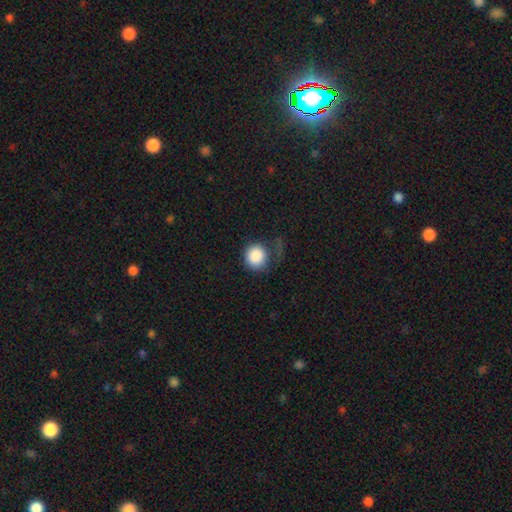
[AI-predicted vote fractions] This is clearly a smooth galaxy (87%). How rounded: clearly round (88%). Merging: possibly none (56%).